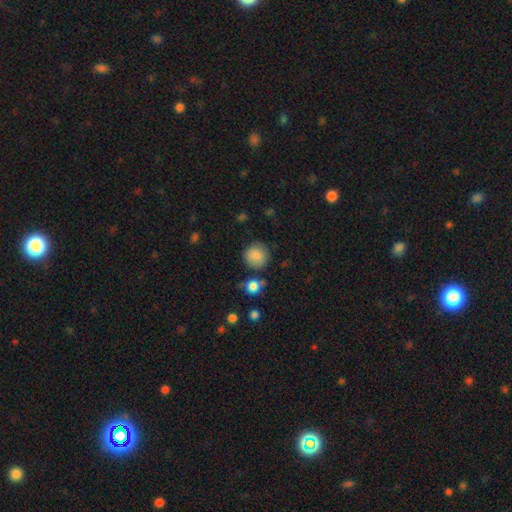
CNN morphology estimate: Overall: smooth (86%). How rounded: round (92%). Merging: none (80%).